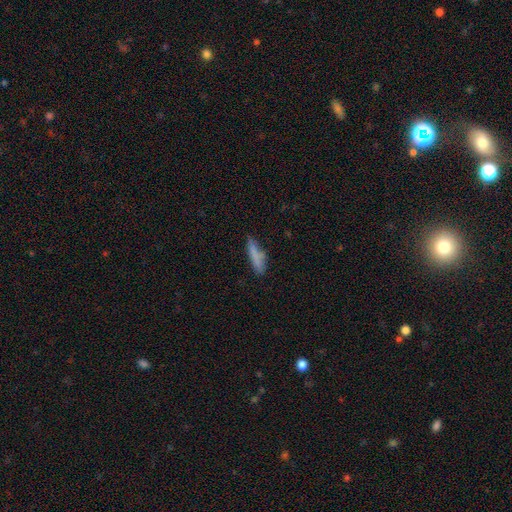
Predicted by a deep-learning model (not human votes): This is likely a smooth galaxy (76%). How rounded: likely cigar-shaped (75%). Merging: likely none (65%).